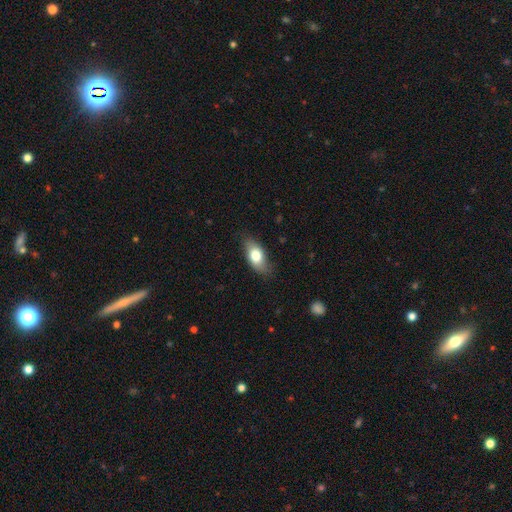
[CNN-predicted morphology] Smooth or featured? smooth (75%)
How rounded? in between (87%)
Merging? none (77%)